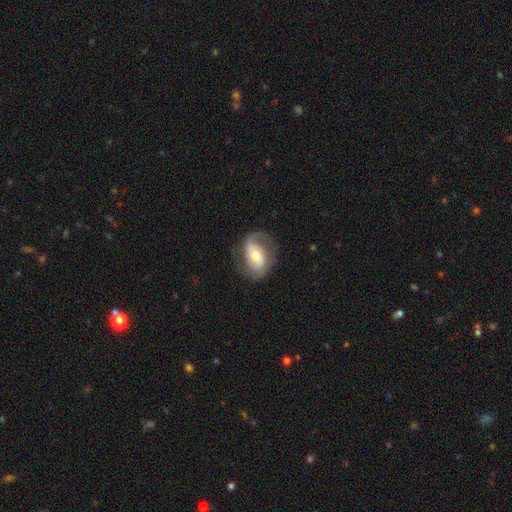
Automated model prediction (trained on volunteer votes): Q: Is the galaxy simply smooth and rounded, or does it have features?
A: featured or disk — 66%.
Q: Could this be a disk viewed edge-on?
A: no — 96%.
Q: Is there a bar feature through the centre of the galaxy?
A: no — 46%.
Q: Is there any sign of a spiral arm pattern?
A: yes — 84%.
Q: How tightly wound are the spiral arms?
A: medium — 41%.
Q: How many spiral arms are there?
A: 2 — 67%.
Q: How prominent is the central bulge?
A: moderate — 55%.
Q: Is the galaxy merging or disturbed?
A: none — 65%.